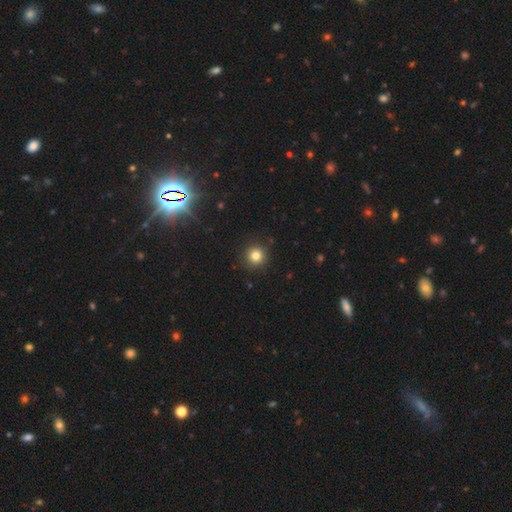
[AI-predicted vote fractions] Q: Smooth or featured?
A: smooth (80%); runner-up: star or artifact (13%)
Q: How rounded?
A: round (95%); runner-up: in between (4%)
Q: Merging?
A: none (89%); runner-up: minor disturbance (7%)